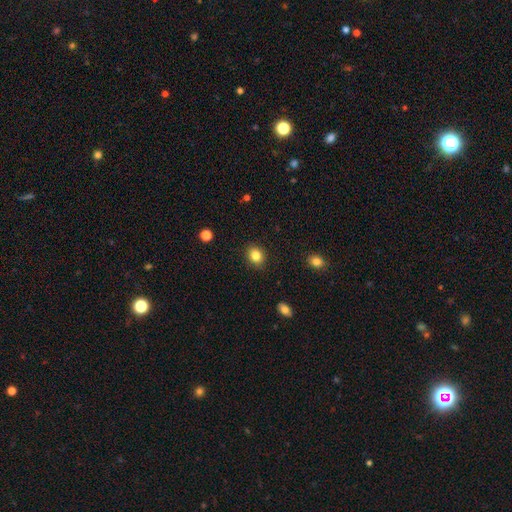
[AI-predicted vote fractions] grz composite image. It shows a smooth galaxy with no disk features (84%) that is round (64%). Merging: none (89%).